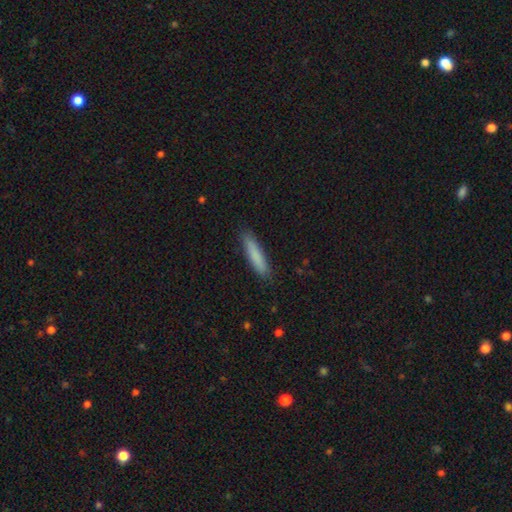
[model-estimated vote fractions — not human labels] Overall: smooth (83%). How rounded: cigar-shaped (88%). Merging: none (88%).